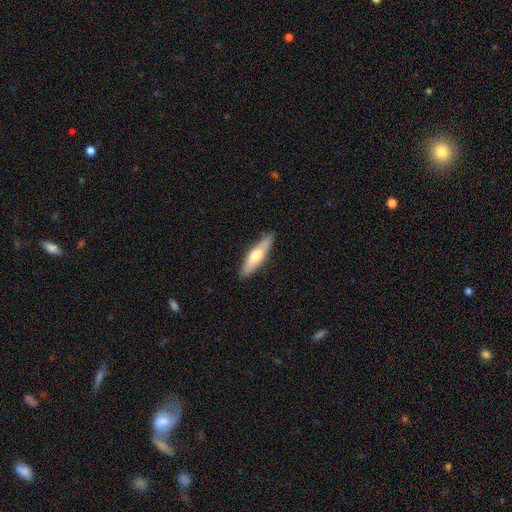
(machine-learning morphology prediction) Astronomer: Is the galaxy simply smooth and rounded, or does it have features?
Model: smooth — 58% (runner-up: featured or disk, 37%).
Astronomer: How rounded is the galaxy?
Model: cigar-shaped — 72%.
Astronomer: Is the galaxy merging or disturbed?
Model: none — 84%.